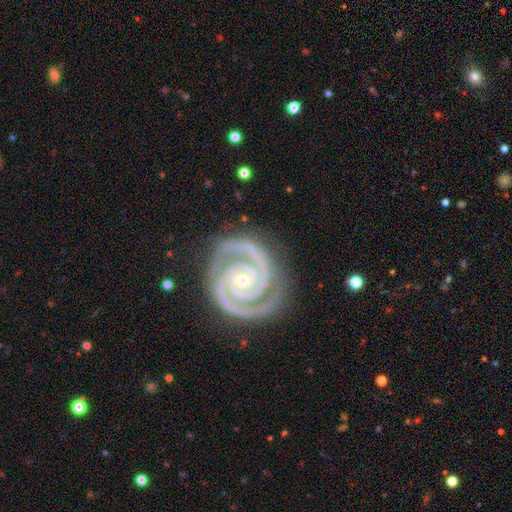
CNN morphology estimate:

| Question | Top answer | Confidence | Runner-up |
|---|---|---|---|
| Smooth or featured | featured or disk | 94% | star or artifact (4%) |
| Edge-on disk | no | 98% | yes (2%) |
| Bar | no | 68% | weak (17%) |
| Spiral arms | yes | 99% | no (1%) |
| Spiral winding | tight | 83% | medium (15%) |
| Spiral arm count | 2 | 85% | 3 (8%) |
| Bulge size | small | 79% | moderate (18%) |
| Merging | none | 82% | minor disturbance (13%) |